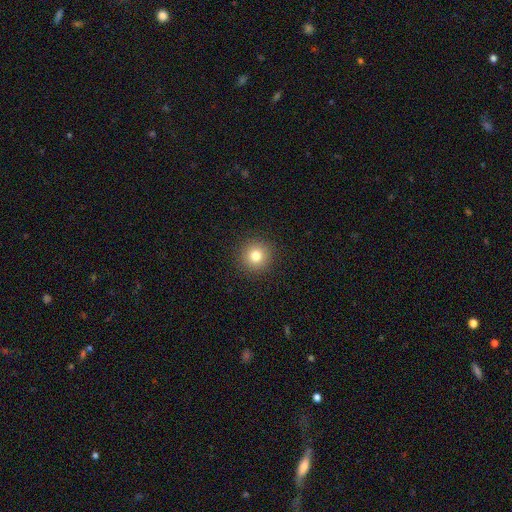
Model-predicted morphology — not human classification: Smooth or featured? Predicted: smooth (p=0.79). How rounded? Predicted: round (p=0.94). Merging? Predicted: none (p=0.92).